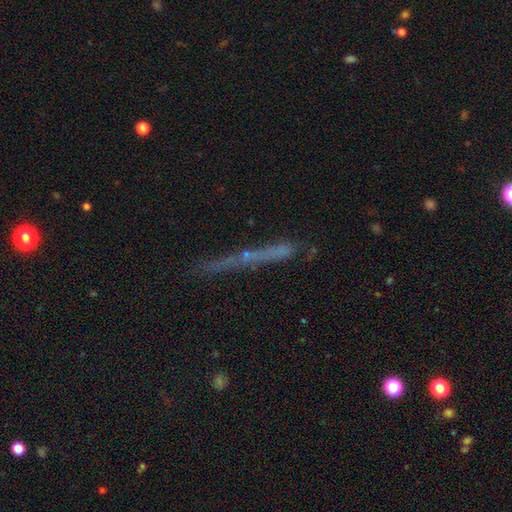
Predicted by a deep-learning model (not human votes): This is possibly a featured or disk galaxy (48%). Merging: likely none (74%).